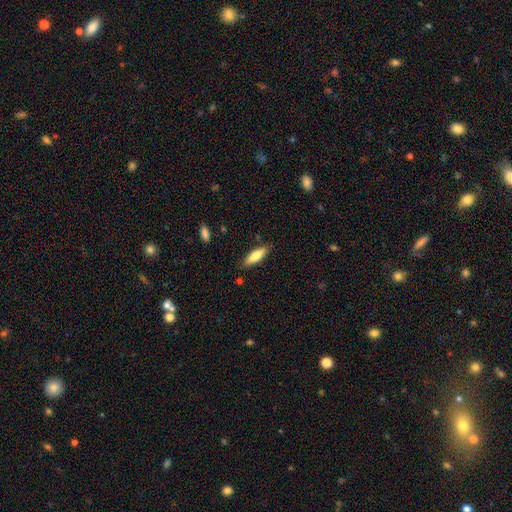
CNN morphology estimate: type=smooth (76%); roundness=cigar-shaped (56%); merging=none (84%).